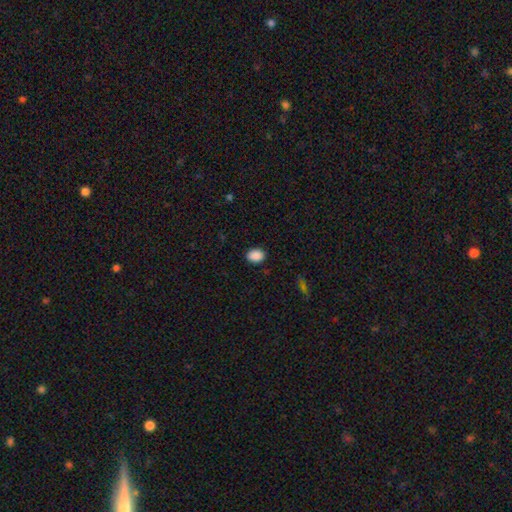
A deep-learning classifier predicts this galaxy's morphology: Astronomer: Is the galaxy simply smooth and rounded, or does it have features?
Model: smooth — 89%.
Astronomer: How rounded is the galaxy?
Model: in between — 73%.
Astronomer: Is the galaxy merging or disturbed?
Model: none — 88%.